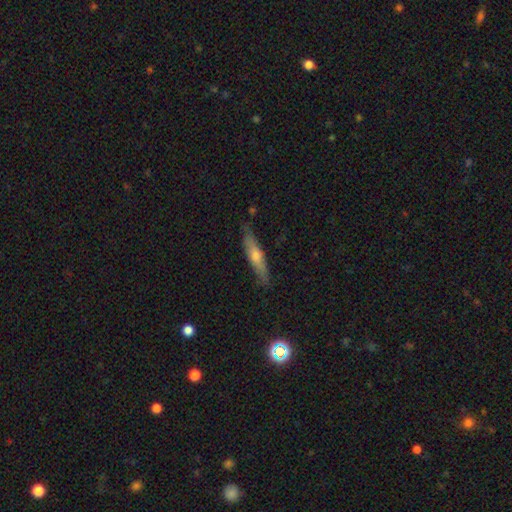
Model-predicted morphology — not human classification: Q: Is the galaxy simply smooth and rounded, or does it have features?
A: featured or disk — 49%.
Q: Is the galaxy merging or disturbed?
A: none — 83%.